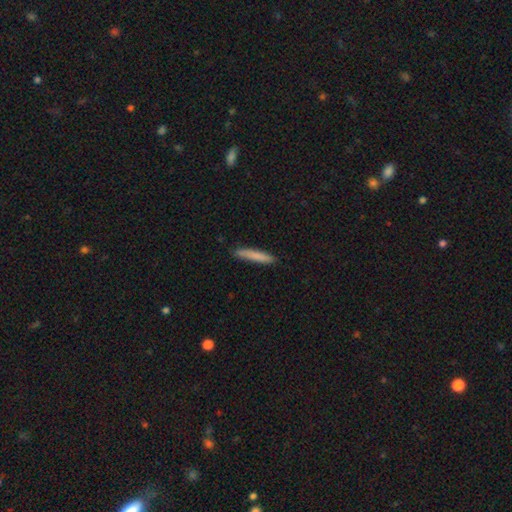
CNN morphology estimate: A smooth galaxy with no disk features (80%) that is cigar-shaped (93%). Merging: none (87%).